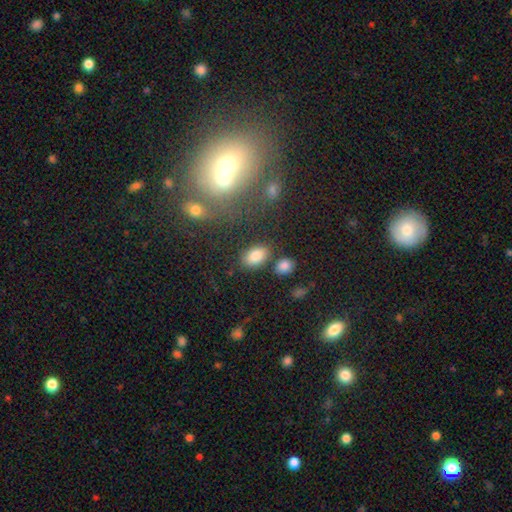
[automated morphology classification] Smooth or featured?
  - smooth: 84% *
  - star or artifact: 9%
  - featured or disk: 7%
How rounded?
  - in between: 87% *
  - round: 11%
  - cigar-shaped: 2%
Merging?
  - none: 78% *
  - minor disturbance: 11%
  - merger: 8%
  - major disturbance: 3%